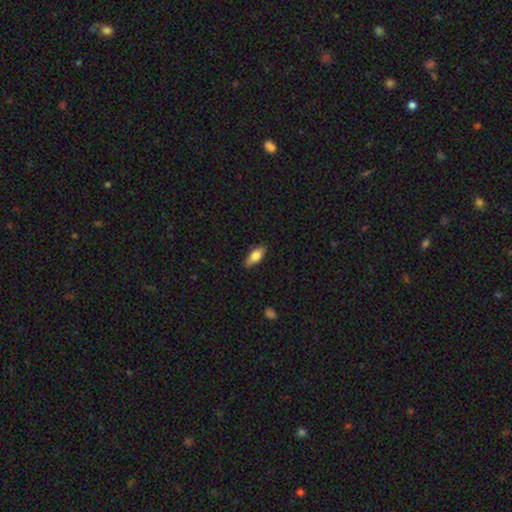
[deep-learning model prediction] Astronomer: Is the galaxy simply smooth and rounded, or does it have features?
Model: smooth — 73%.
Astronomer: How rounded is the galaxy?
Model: in between — 78%.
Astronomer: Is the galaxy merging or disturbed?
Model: none — 85%.